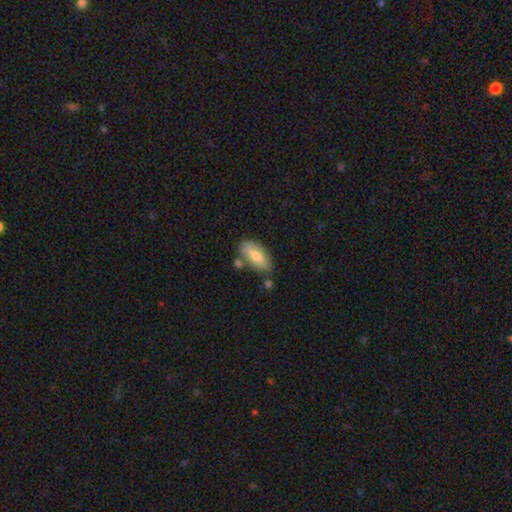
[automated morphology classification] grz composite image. It shows a smooth galaxy with no disk features (64%) that is in between round and cigar-shaped (81%). Merging: none (71%).